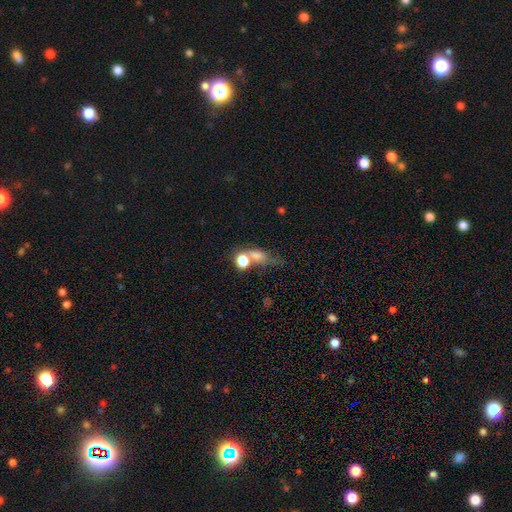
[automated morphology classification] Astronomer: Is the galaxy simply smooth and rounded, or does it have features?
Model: smooth — 60%.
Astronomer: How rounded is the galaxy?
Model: round — 43%, tied with in between at 43%.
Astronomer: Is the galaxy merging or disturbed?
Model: none — 39% (runner-up: merger, 32%).